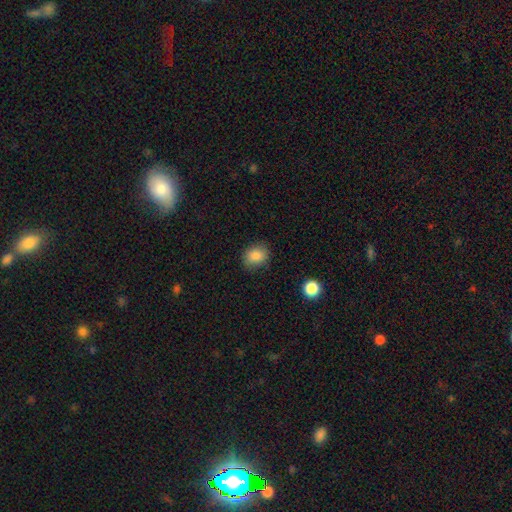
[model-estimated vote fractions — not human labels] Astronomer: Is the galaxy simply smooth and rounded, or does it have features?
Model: smooth — 86%.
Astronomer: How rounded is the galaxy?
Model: round — 52% (runner-up: in between, 47%).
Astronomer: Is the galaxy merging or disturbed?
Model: none — 85%.